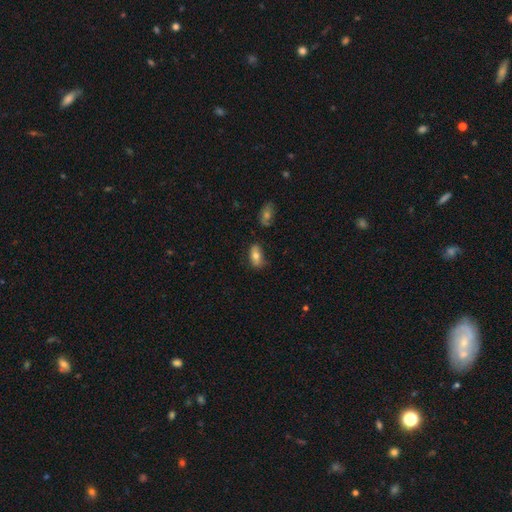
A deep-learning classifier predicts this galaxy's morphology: Q: Smooth or featured?
A: smooth (74%); runner-up: featured or disk (17%)
Q: How rounded?
A: in between (88%); runner-up: cigar-shaped (7%)
Q: Merging?
A: none (65%); runner-up: minor disturbance (25%)